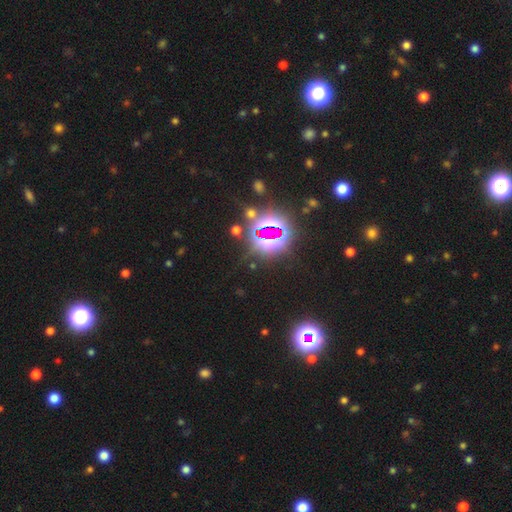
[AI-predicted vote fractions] star or artifact 84%, smooth 10%, featured or disk 6%.